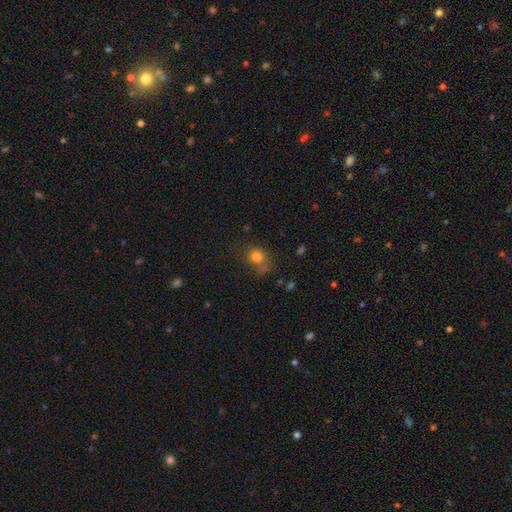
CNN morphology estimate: smooth 70%, star or artifact 20%, featured or disk 9%. Down the decision tree: how rounded — round (77%); merging — none (63%).